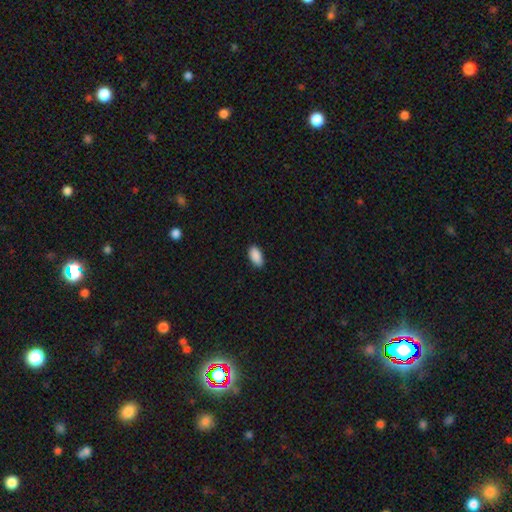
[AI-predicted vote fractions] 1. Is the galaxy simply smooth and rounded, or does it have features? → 90% smooth, 7% star or artifact, 3% featured or disk.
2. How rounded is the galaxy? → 94% in between, 4% cigar-shaped, 2% round.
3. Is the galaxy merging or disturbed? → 87% none, 10% minor disturbance, 2% major disturbance, 1% merger.